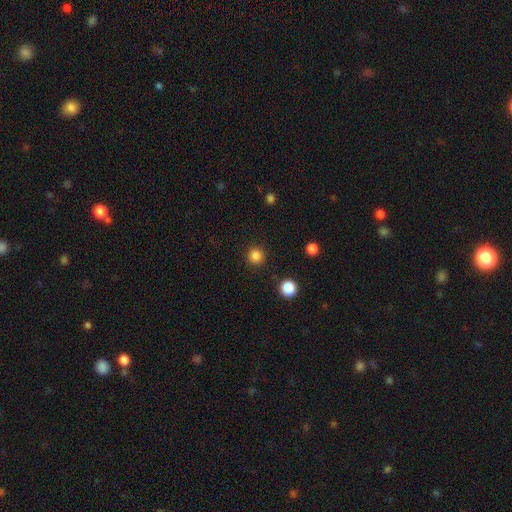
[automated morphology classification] Smooth or featured?
  - smooth: 84% *
  - star or artifact: 13%
  - featured or disk: 3%
How rounded?
  - round: 95% *
  - in between: 4%
  - cigar-shaped: 1%
Merging?
  - none: 91% *
  - minor disturbance: 5%
  - major disturbance: 2%
  - merger: 1%